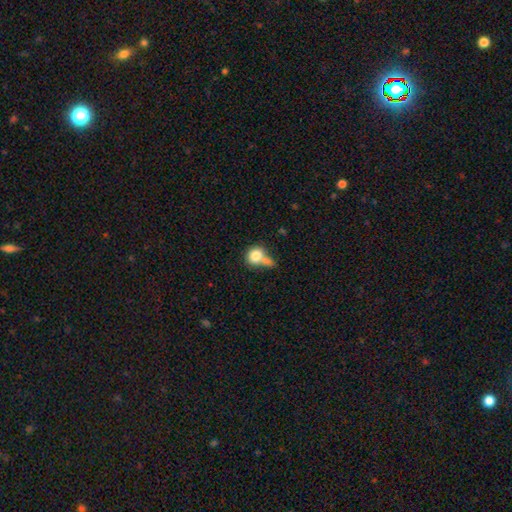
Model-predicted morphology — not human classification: The model was most divided on "merging": merger: 40%, none: 32%, minor disturbance: 17%, major disturbance: 11%. More confident: smooth or featured — smooth (78%); how rounded — round (68%).